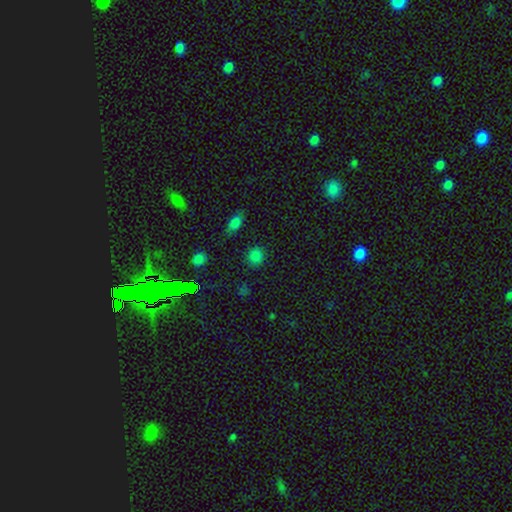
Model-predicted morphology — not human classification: smooth 79%, star or artifact 17%, featured or disk 4%. Down the decision tree: how rounded — round (85%); merging — none (88%).